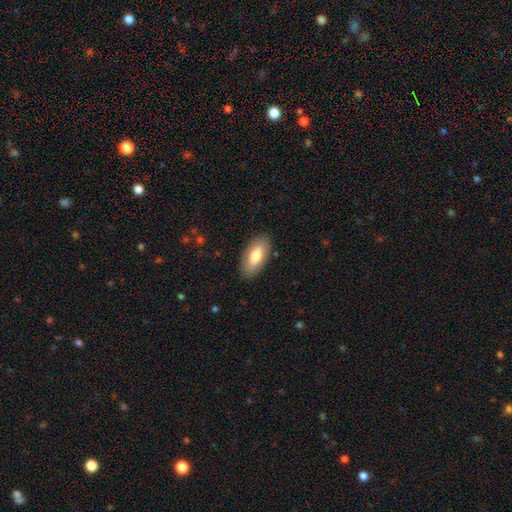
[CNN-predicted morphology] Smooth or featured?
  - smooth: 75% *
  - featured or disk: 20%
  - star or artifact: 6%
How rounded?
  - in between: 91% *
  - cigar-shaped: 7%
  - round: 2%
Merging?
  - none: 86% *
  - minor disturbance: 10%
  - major disturbance: 3%
  - merger: 1%